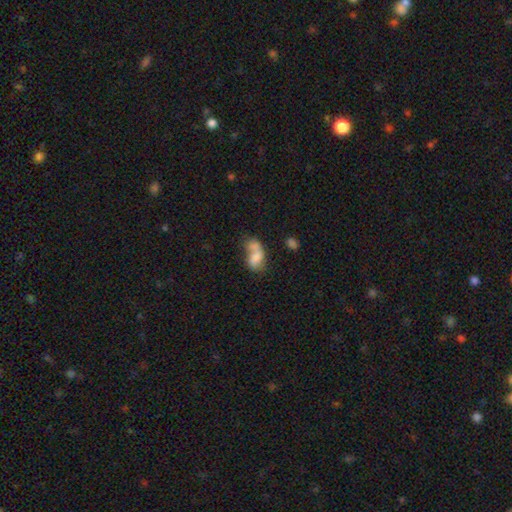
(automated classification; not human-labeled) Morphology: type=smooth (64%); roundness=in between (86%); merging=merger (49%).